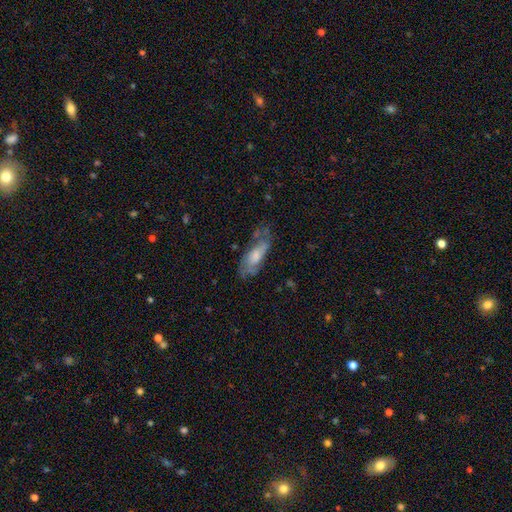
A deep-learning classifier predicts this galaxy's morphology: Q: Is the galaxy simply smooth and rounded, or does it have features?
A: smooth — 48%.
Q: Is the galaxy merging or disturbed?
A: none — 47%.